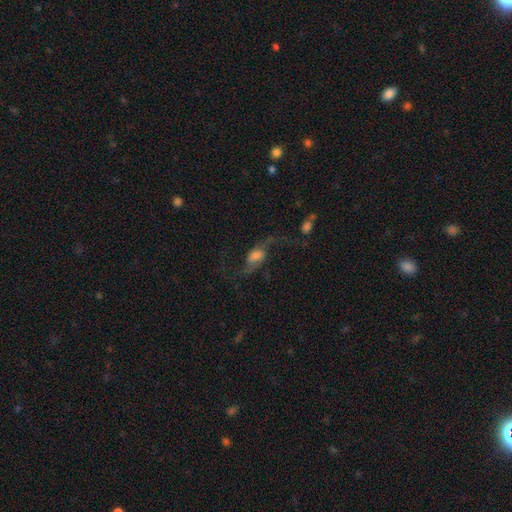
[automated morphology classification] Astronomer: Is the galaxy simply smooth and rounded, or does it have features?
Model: featured or disk — 73%.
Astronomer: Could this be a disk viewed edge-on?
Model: no — 92%.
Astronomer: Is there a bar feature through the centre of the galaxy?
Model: weak — 42% (runner-up: no, 41%).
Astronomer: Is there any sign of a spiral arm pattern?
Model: yes — 91%.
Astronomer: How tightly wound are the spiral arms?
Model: loose — 87%.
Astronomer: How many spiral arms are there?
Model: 2 — 91%.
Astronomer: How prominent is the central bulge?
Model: moderate — 40% (runner-up: small, 23%).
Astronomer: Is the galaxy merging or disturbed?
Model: none — 54%.